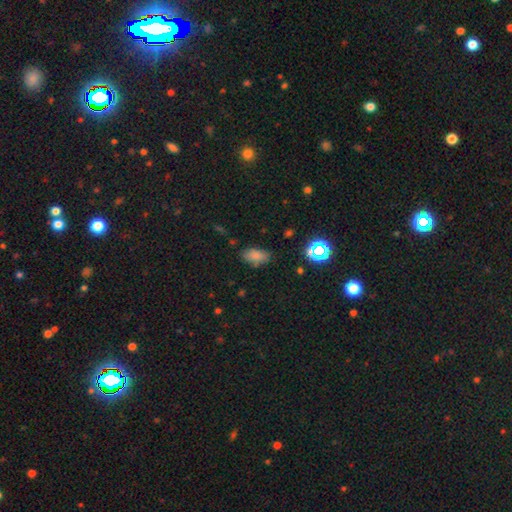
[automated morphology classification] This is likely a smooth galaxy (76%). How rounded: clearly in between (90%). Merging: likely none (77%).